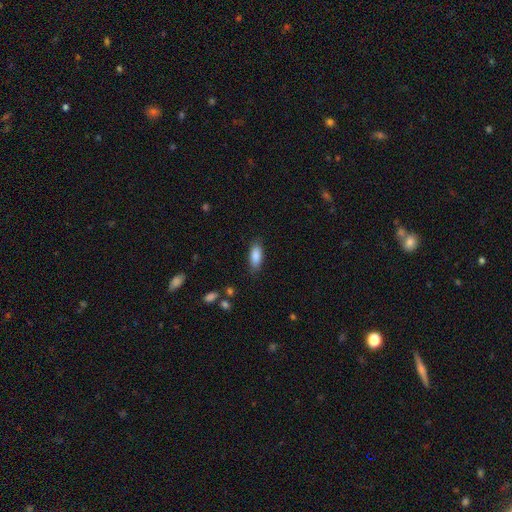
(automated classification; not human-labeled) This is clearly a smooth galaxy (87%). How rounded: clearly in between (80%). Merging: clearly none (83%).